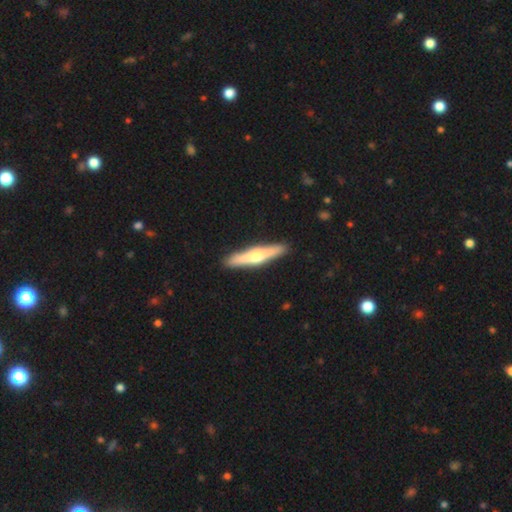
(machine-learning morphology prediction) smooth_or_featured: featured or disk (p=0.59) [alt: smooth p=0.36]
disk_edge_on: yes (p=0.96) [alt: no p=0.04]
edge_on_bulge: rounded (p=0.90) [alt: boxy p=0.05]
merging: none (p=0.92) [alt: minor disturbance p=0.06]